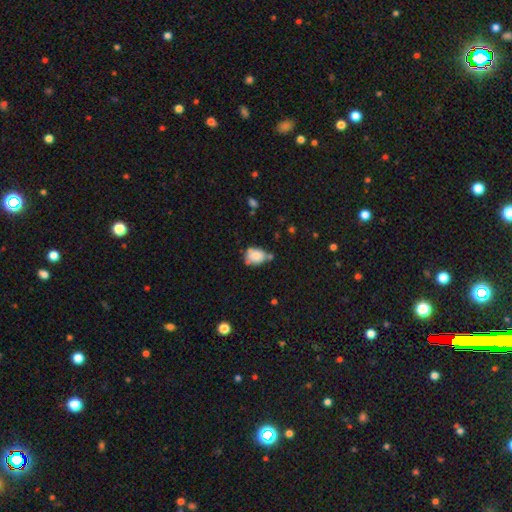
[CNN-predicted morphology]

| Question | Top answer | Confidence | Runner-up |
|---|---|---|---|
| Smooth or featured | smooth | 78% | featured or disk (12%) |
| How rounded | in between | 53% | round (45%) |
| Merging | none | 50% | minor disturbance (25%) |